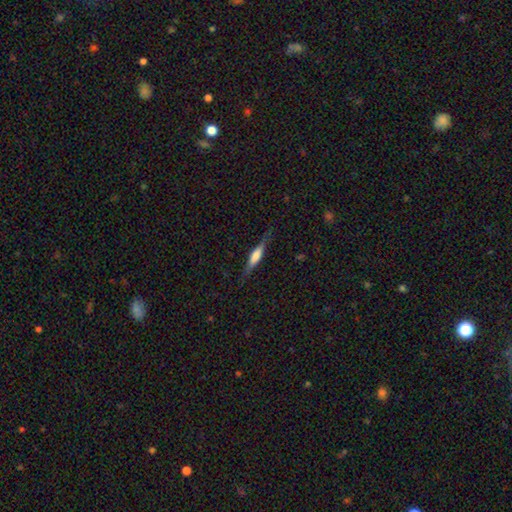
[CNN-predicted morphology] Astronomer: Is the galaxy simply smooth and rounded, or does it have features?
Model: featured or disk — 52% (runner-up: smooth, 42%).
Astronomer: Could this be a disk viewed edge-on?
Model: yes — 95%.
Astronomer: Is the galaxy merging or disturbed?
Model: none — 82%.